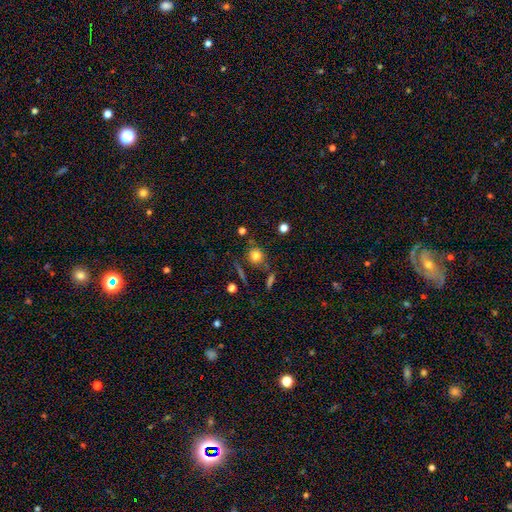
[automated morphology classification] The model was most divided on "merging": none: 71%, minor disturbance: 15%, merger: 8%, major disturbance: 6%. More confident: how rounded — round (80%); smooth or featured — smooth (76%).